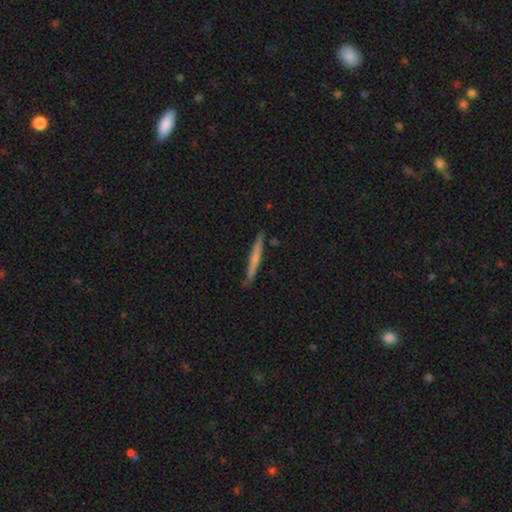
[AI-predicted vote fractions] Q: Smooth or featured?
A: featured or disk (49%); runner-up: smooth (39%)
Q: Merging?
A: none (87%); runner-up: minor disturbance (9%)